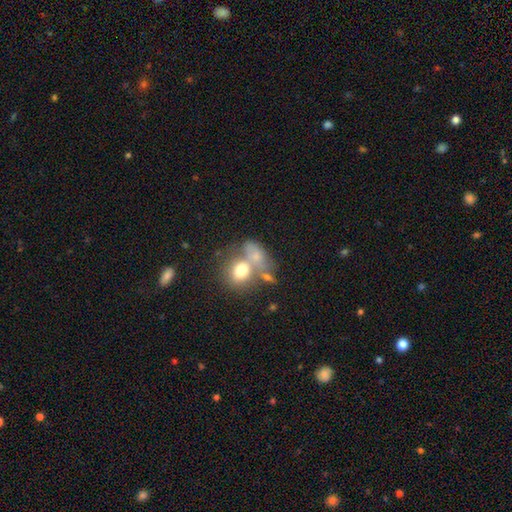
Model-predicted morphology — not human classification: smooth 70%, featured or disk 20%, star or artifact 10%. Down the decision tree: how rounded — in between (63%); merging — merger (51%).